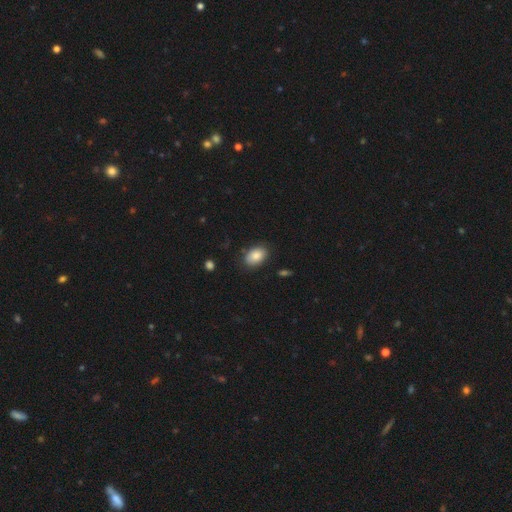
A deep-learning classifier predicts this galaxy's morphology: smooth-or-featured: smooth: 85% | star or artifact: 8% | featured or disk: 7%
  how-rounded: in between: 85% | round: 14% | cigar-shaped: 1%
  merging: none: 82% | minor disturbance: 13% | major disturbance: 3% | merger: 2%